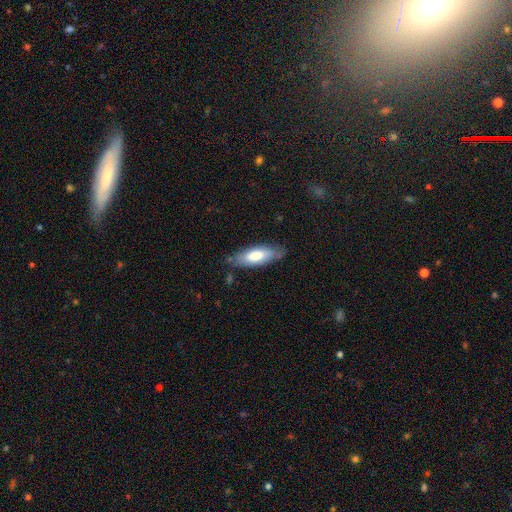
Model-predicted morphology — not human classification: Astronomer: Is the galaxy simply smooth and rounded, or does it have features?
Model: smooth — 71%.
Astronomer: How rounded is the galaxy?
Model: in between — 66%.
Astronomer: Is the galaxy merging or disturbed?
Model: none — 75%.